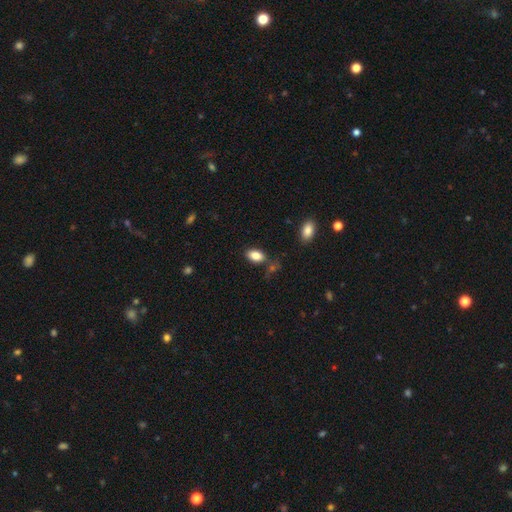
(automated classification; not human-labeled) This is clearly a smooth galaxy (85%). How rounded: clearly in between (92%). Merging: likely none (76%).